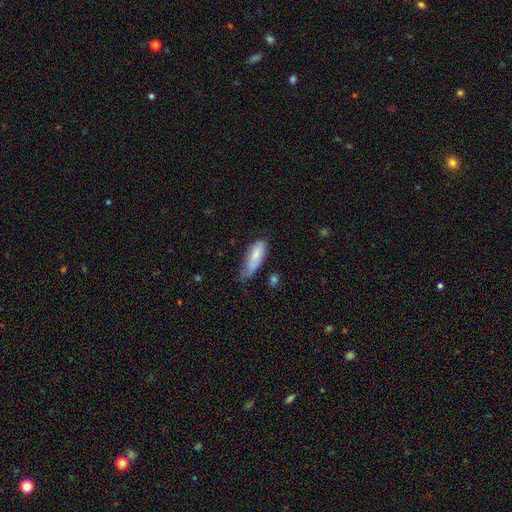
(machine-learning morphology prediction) smooth-or-featured: smooth: 78% | featured or disk: 16% | star or artifact: 6%
  how-rounded: in between: 68% | cigar-shaped: 30% | round: 2%
  merging: minor disturbance: 44% | none: 40% | major disturbance: 12% | merger: 3%